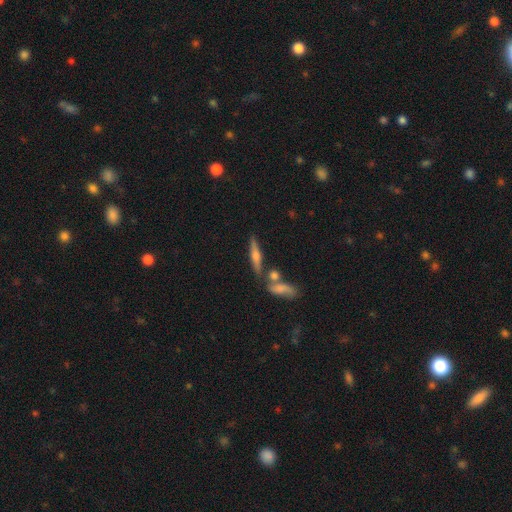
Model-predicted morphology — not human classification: smooth-or-featured: featured or disk: 57% | smooth: 35% | star or artifact: 7%
  disk-edge-on: yes: 95% | no: 5%
    edge-on-bulge: rounded: 89% | none: 6% | boxy: 6%
  merging: none: 72% | merger: 15% | minor disturbance: 10% | major disturbance: 3%